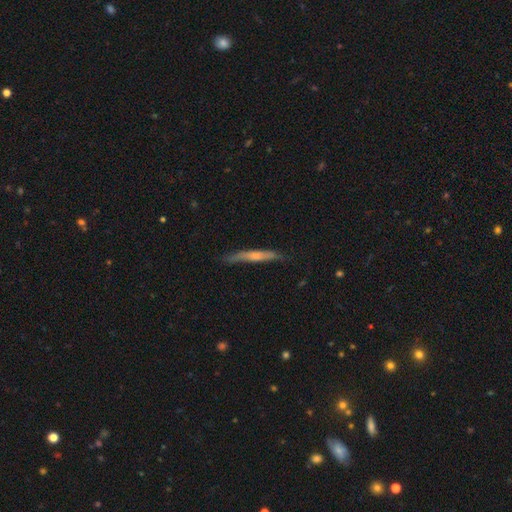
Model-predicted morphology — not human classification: Smooth or featured: smooth — 52% (featured or disk — 43%)
How rounded: cigar-shaped — 94% (in between — 4%)
Merging: none — 73% (minor disturbance — 20%)